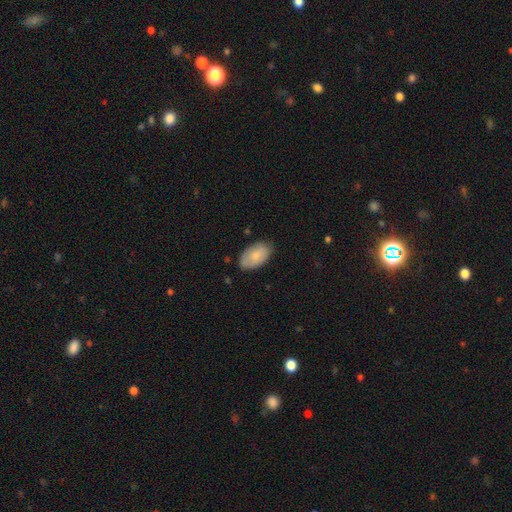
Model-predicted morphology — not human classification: Q: Smooth or featured?
A: smooth (80%); runner-up: featured or disk (14%)
Q: How rounded?
A: in between (94%); runner-up: round (4%)
Q: Merging?
A: none (80%); runner-up: minor disturbance (16%)